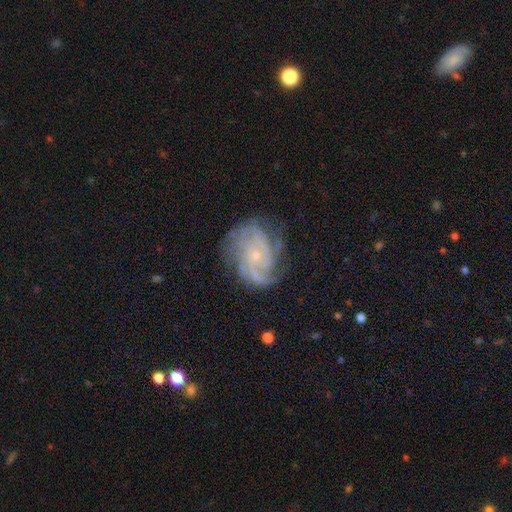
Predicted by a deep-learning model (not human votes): Smooth or featured? featured or disk (84%)
Edge-on disk? no (98%)
Bar? no (75%)
Spiral arms? yes (96%)
Spiral winding? tight (52%)
Spiral arm count? can't tell (26%)
Bulge size? small (80%)
Merging? none (69%)